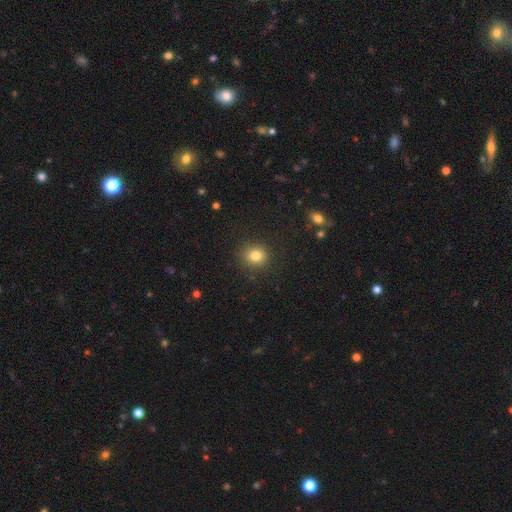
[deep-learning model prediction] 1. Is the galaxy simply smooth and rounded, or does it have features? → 81% smooth, 13% star or artifact, 6% featured or disk.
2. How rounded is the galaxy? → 86% round, 13% in between, 1% cigar-shaped.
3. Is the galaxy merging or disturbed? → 89% none, 7% minor disturbance, 3% major disturbance, 1% merger.